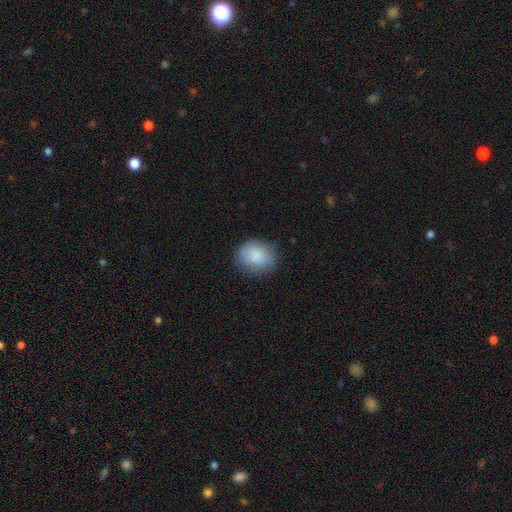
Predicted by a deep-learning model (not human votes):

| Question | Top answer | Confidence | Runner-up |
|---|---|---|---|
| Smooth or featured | smooth | 86% | featured or disk (7%) |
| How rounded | round | 53% | in between (46%) |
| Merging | none | 80% | minor disturbance (15%) |